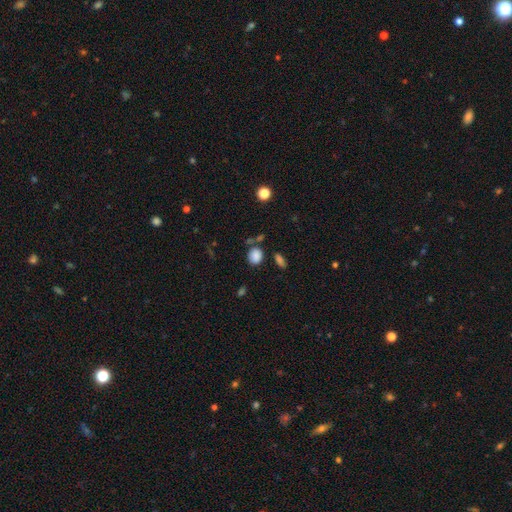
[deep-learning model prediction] This appears to be a smooth galaxy with no disk features (84%) that is round (65%). Merging: none (72%).